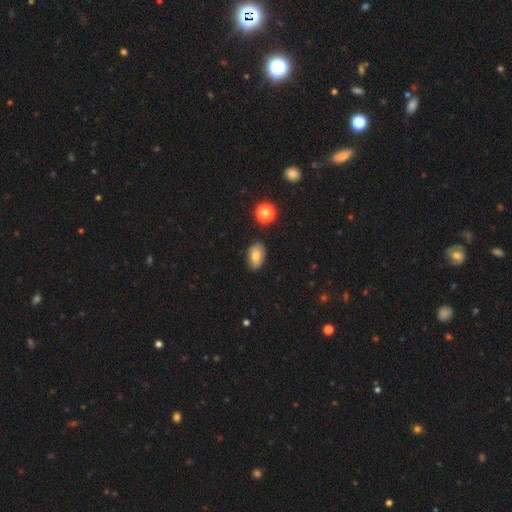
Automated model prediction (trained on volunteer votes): A smooth galaxy with no disk features (75%) that is in between round and cigar-shaped (88%).

Vote fractions:
- Smooth or featured? smooth: 75% / featured or disk: 15% / star or artifact: 10%
- How rounded? in between: 88% / round: 11% / cigar-shaped: 1%
- Merging? none: 82% / minor disturbance: 13% / major disturbance: 2% / merger: 2%